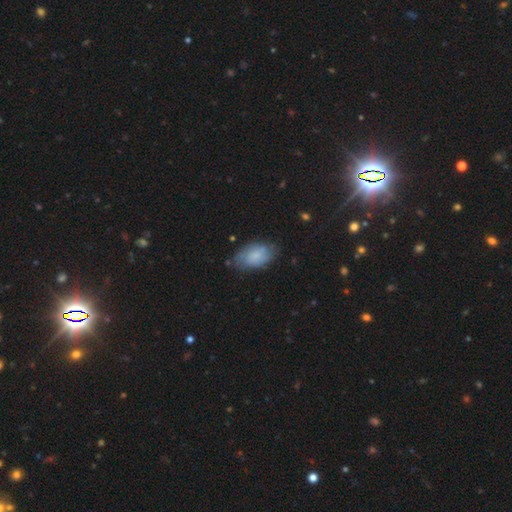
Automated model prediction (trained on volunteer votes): The model was most divided on "smooth or featured": smooth: 63%, featured or disk: 29%, star or artifact: 8%. More confident: how rounded — in between (93%); merging — none (68%).